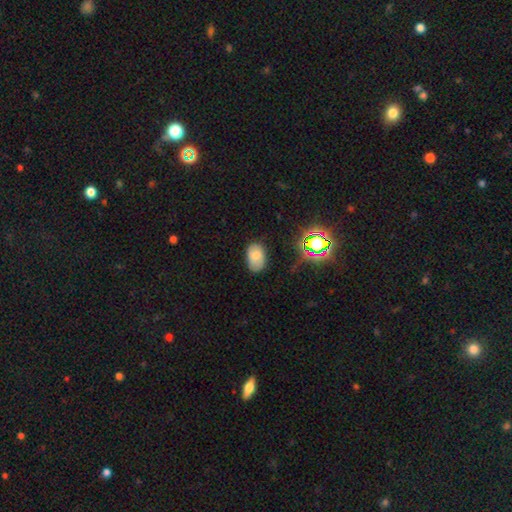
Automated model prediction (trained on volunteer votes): Overall: smooth (74%). How rounded: in between (90%). Merging: none (73%).